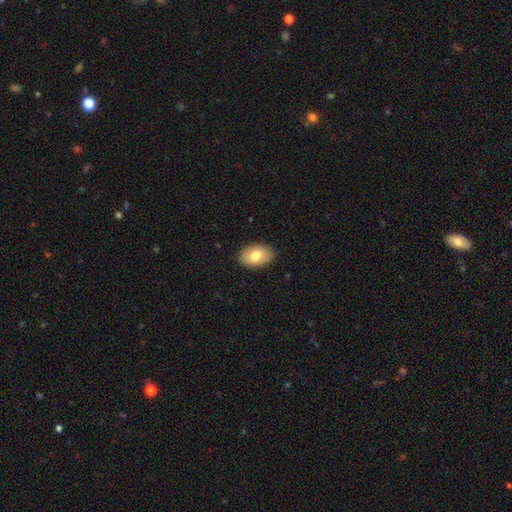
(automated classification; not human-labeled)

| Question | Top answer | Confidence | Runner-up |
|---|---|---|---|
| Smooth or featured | smooth | 77% | featured or disk (16%) |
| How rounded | in between | 89% | round (9%) |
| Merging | none | 87% | minor disturbance (10%) |